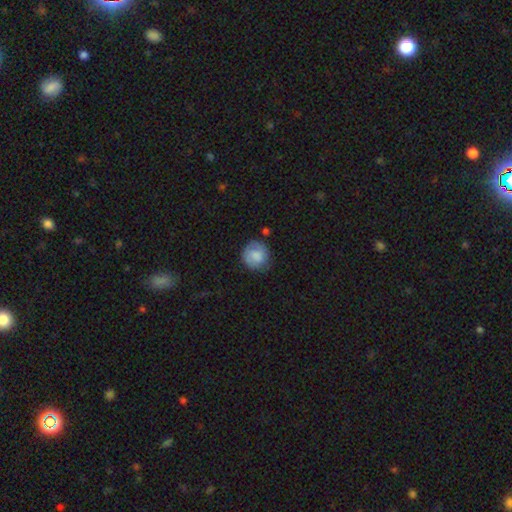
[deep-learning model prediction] smooth-or-featured: smooth: 69% | featured or disk: 24% | star or artifact: 7%
  how-rounded: round: 88% | in between: 11% | cigar-shaped: 1%
  merging: none: 73% | minor disturbance: 19% | major disturbance: 6% | merger: 2%